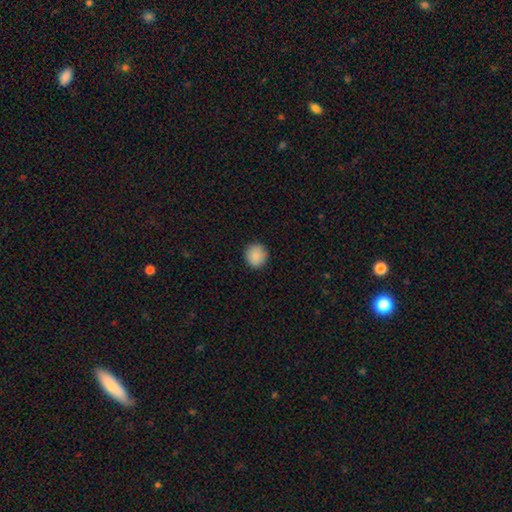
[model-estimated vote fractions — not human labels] Smooth or featured? smooth (89%)
How rounded? round (91%)
Merging? none (91%)